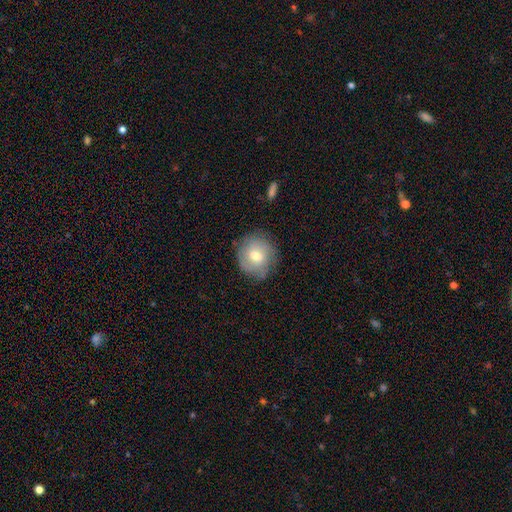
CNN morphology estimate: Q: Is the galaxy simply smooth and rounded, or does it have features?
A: smooth — 66%.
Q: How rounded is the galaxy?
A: round — 87%.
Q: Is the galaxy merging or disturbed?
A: none — 76%.